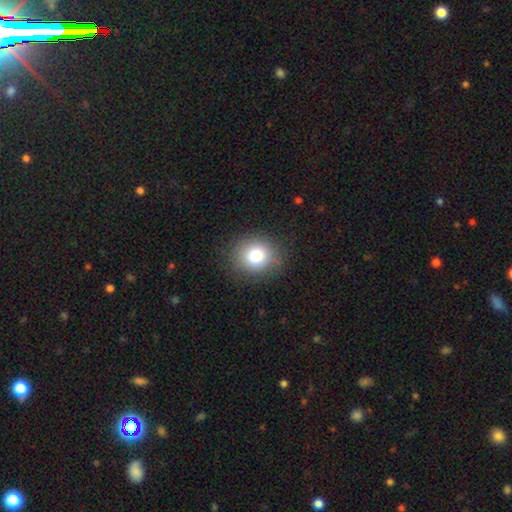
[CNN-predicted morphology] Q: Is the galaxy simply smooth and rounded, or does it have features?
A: smooth — 82%.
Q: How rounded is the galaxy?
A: round — 82%.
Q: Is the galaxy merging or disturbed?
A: none — 87%.